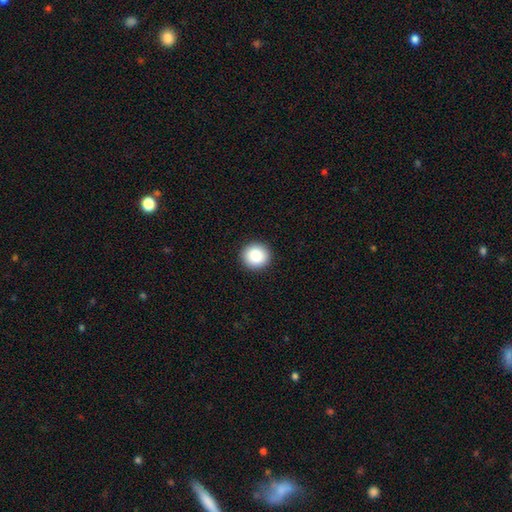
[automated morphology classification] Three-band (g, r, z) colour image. It shows a smooth galaxy with no disk features (86%) that is round (92%). Merging: none (93%).